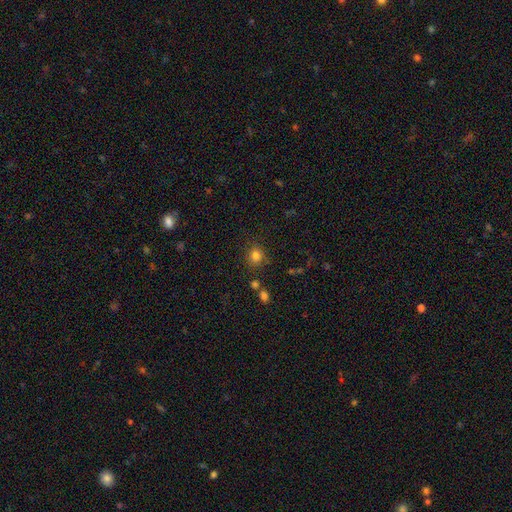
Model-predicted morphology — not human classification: Smooth or featured? smooth (81%)
How rounded? round (83%)
Merging? none (81%)